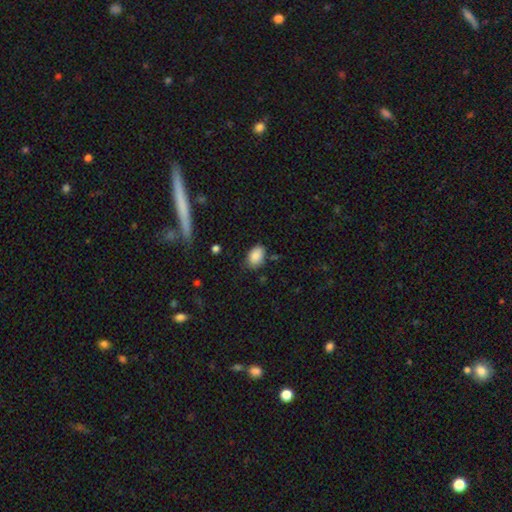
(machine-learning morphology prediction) The model was most divided on "merging": none: 72%, minor disturbance: 21%, major disturbance: 4%, merger: 3%. More confident: smooth or featured — smooth (87%); how rounded — in between (86%).